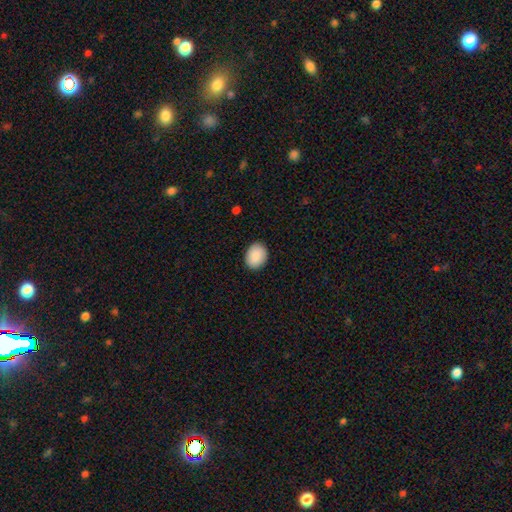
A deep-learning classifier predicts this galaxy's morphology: smooth_or_featured: smooth (p=0.90) [alt: star or artifact p=0.06]
how_rounded: in between (p=0.62) [alt: round p=0.37]
merging: none (p=0.89) [alt: minor disturbance p=0.08]